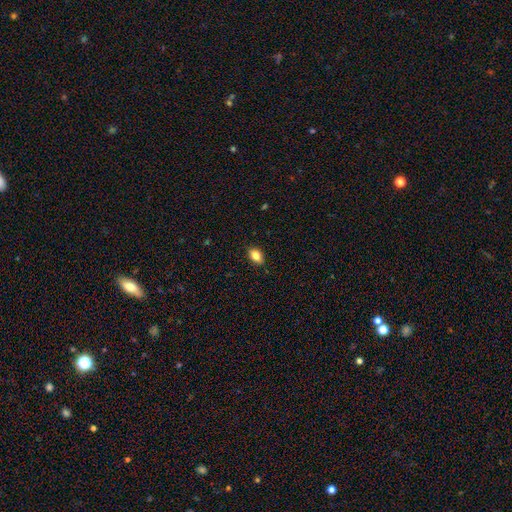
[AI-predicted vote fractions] Smooth or featured: smooth — 84% (star or artifact — 9%)
How rounded: in between — 83% (round — 15%)
Merging: none — 88% (minor disturbance — 10%)